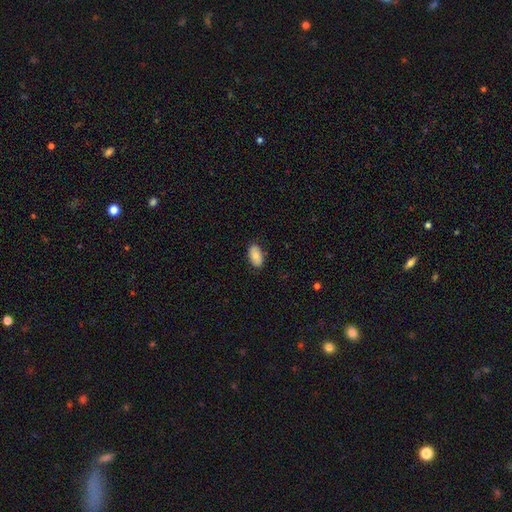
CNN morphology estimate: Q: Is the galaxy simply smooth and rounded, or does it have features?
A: smooth — 81%.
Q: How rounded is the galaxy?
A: in between — 94%.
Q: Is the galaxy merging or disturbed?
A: none — 86%.